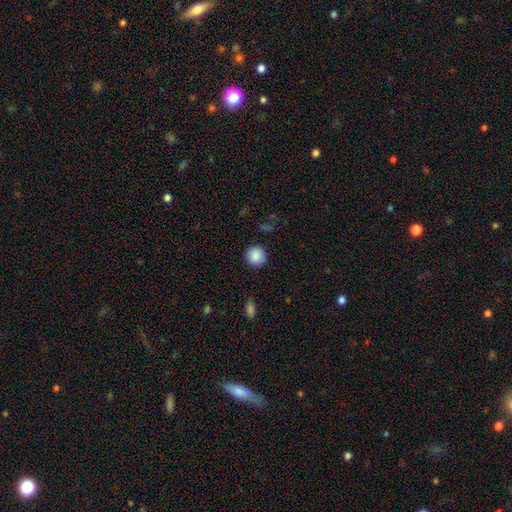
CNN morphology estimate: smooth_or_featured: smooth (p=0.88) [alt: star or artifact p=0.09]
how_rounded: round (p=0.92) [alt: in between p=0.07]
merging: none (p=0.88) [alt: minor disturbance p=0.08]